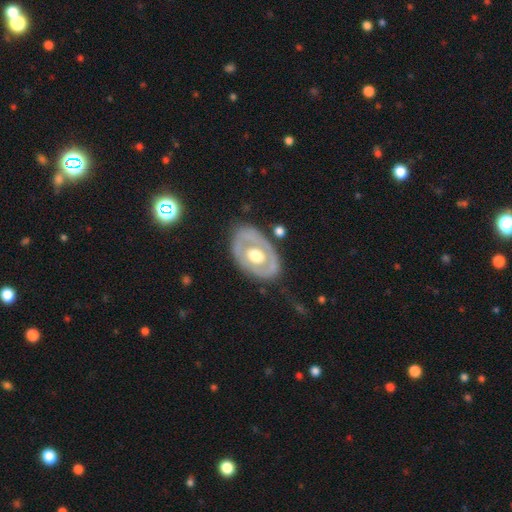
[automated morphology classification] featured or disk 61%, smooth 34%, star or artifact 5%. Down the decision tree: edge-on disk — no (92%); bar — no (86%); spiral arms — no (85%); bulge size — moderate (56%); merging — none (73%).